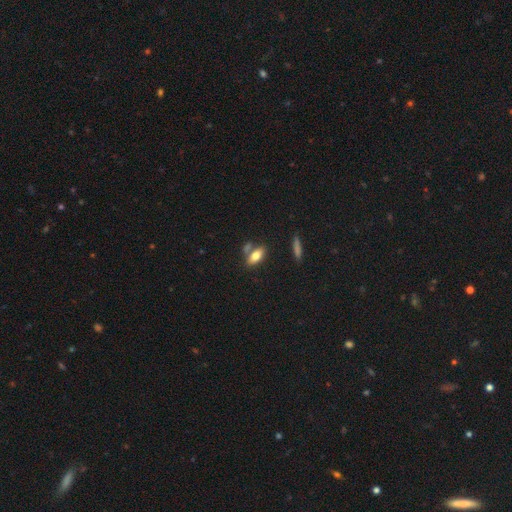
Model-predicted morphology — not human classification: A smooth galaxy with no disk features (74%) that is in between round and cigar-shaped (82%). Merging: none (63%).